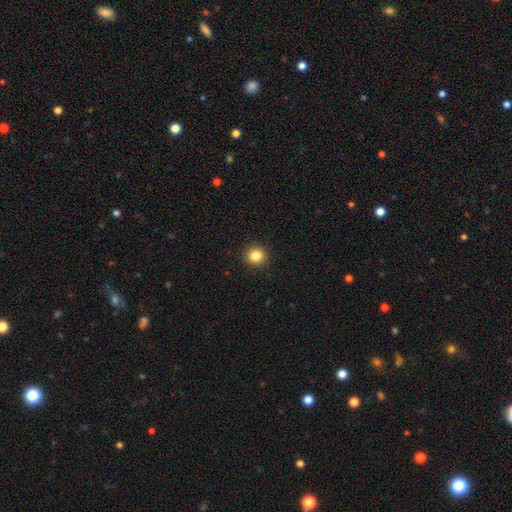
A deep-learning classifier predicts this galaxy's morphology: A smooth galaxy with no disk features (83%) that is round (94%). Merging: none (93%).